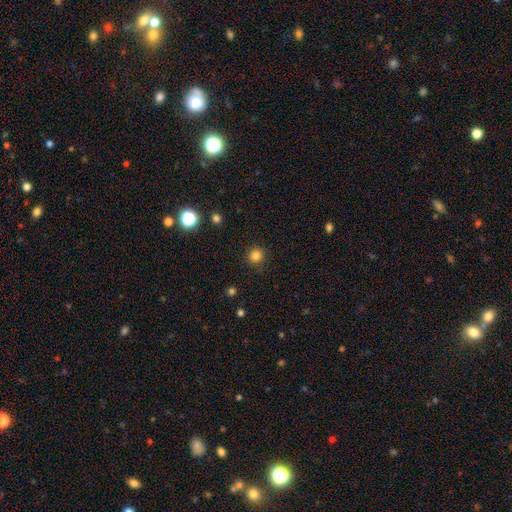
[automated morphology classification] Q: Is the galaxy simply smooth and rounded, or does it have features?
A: smooth — 83%.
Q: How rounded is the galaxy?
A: round — 94%.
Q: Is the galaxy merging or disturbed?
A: none — 90%.